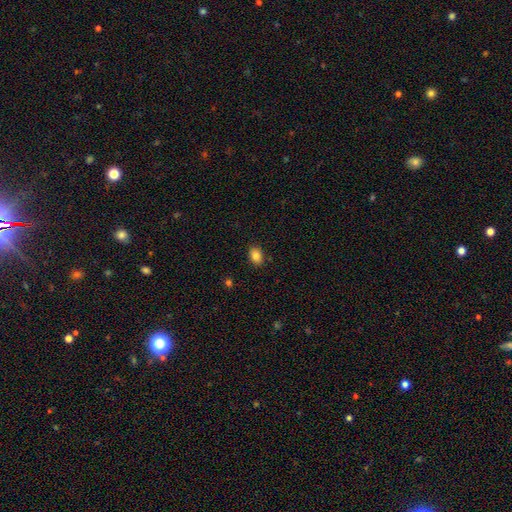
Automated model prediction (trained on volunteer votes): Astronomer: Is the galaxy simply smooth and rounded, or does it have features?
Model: smooth — 86%.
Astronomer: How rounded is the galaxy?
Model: in between — 75%.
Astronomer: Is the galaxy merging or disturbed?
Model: none — 88%.